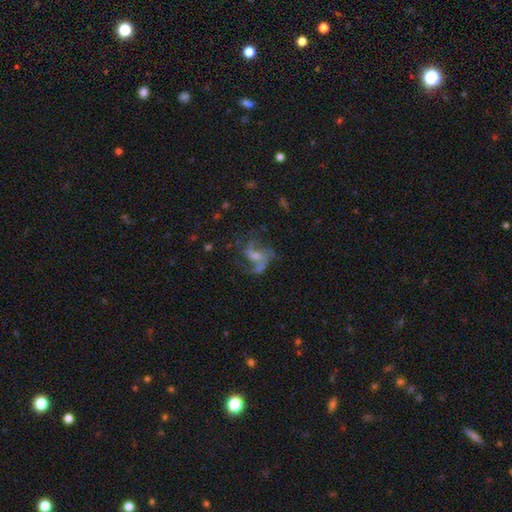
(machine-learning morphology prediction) Smooth or featured?
  - featured or disk: 76% *
  - star or artifact: 12%
  - smooth: 12%
Edge-on disk?
  - no: 97% *
  - yes: 3%
Bar?
  - no: 48% *
  - weak: 39%
  - strong: 13%
Spiral arms?
  - yes: 89% *
  - no: 11%
Spiral winding?
  - loose: 54% *
  - medium: 37%
  - tight: 9%
Spiral arm count?
  - 2: 43% *
  - 3: 26%
  - can't tell: 14%
  - 1: 7%
  - 4: 6%
  - more than 4: 5%
Bulge size?
  - small: 50% *
  - moderate: 37%
  - none: 8%
  - large: 3%
  - dominant: 1%
Merging?
  - none: 52% *
  - major disturbance: 26%
  - minor disturbance: 17%
  - merger: 5%